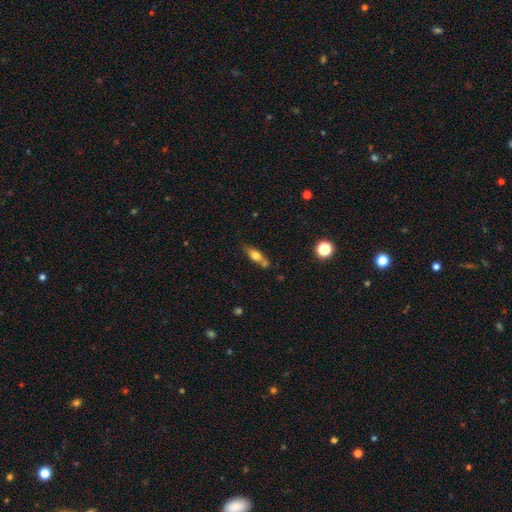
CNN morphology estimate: The model was most divided on "how rounded": in between: 53%, cigar-shaped: 41%, round: 6%. More confident: smooth or featured — smooth (60%); merging — none (56%).